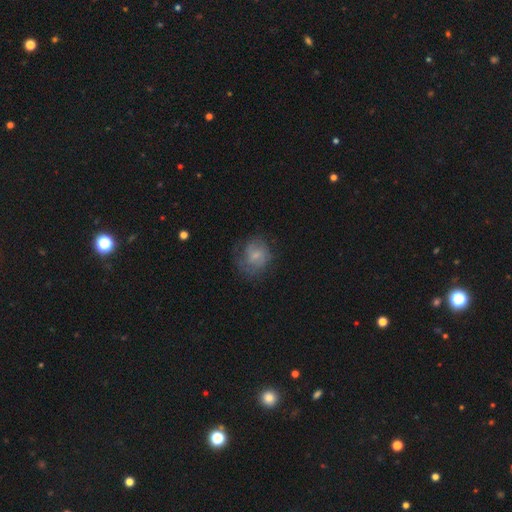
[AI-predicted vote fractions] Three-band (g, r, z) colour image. It shows a smooth galaxy with no disk features (50%) that is round (73%). Merging: none (60%).